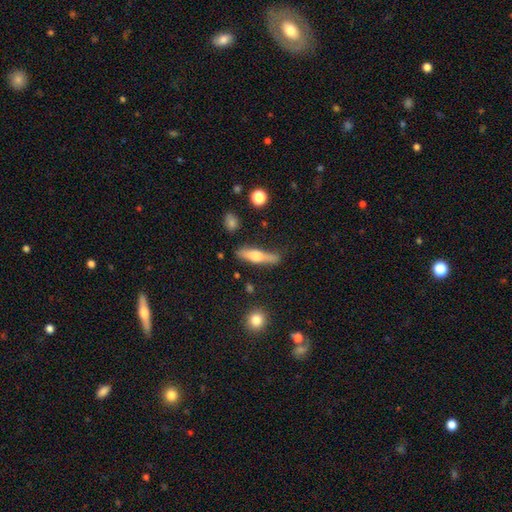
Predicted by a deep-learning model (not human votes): smooth-or-featured: smooth: 54% | featured or disk: 39% | star or artifact: 7%
  how-rounded: cigar-shaped: 74% | in between: 23% | round: 3%
  merging: none: 72% | minor disturbance: 18% | major disturbance: 5% | merger: 4%